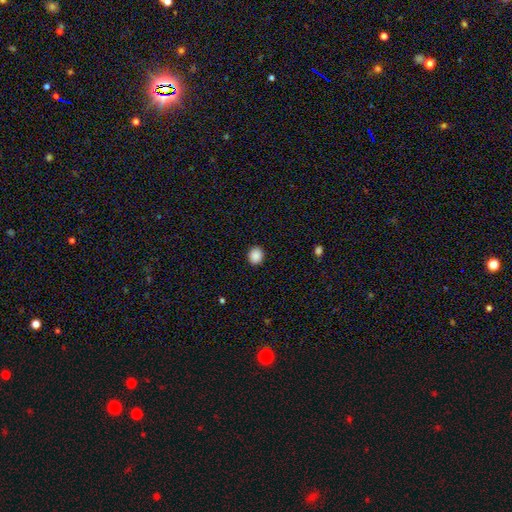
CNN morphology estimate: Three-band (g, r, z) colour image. It shows a smooth galaxy with no disk features (89%) that is round (74%). Merging: none (91%).